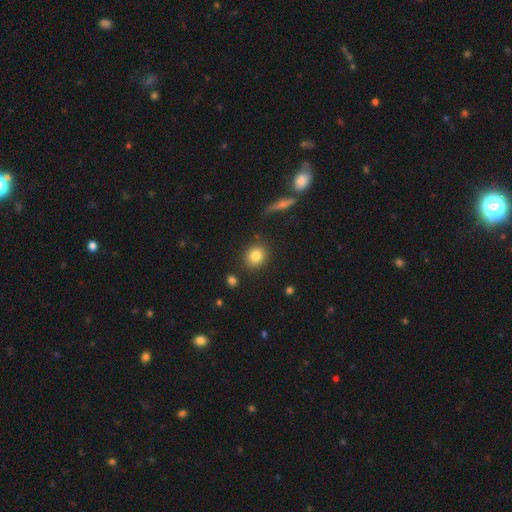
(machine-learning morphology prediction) type=smooth (83%); roundness=round (82%); merging=none (85%).